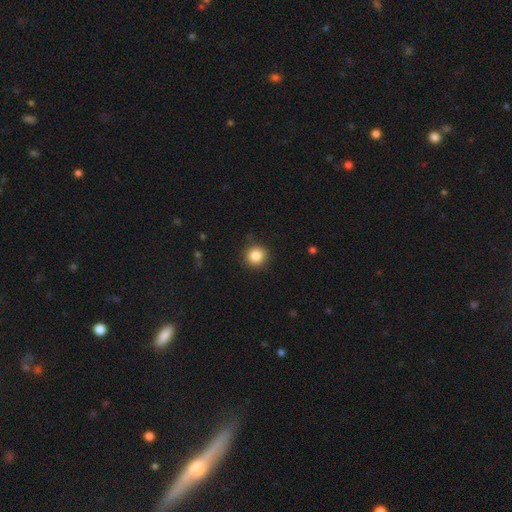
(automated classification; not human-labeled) The model was most divided on "smooth or featured": smooth: 85%, star or artifact: 10%, featured or disk: 5%. More confident: how rounded — round (93%); merging — none (88%).